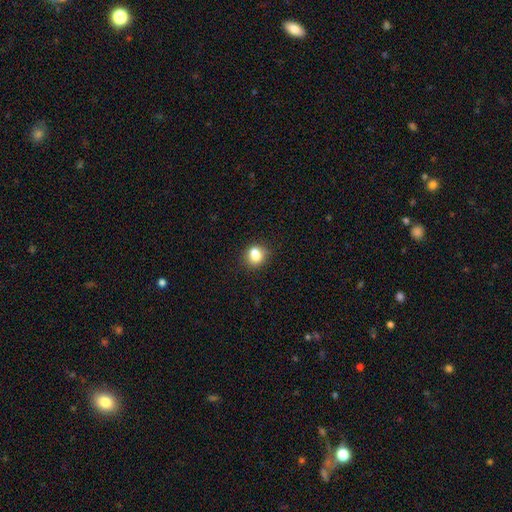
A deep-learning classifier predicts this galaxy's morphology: A smooth galaxy with no disk features (79%) that is round (62%). Merging: none (66%).